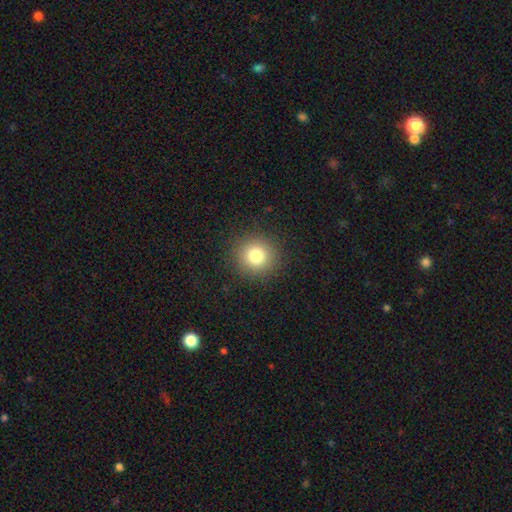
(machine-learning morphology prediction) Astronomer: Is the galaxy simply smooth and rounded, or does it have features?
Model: smooth — 80%.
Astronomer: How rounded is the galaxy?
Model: round — 94%.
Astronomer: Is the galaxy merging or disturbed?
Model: none — 91%.